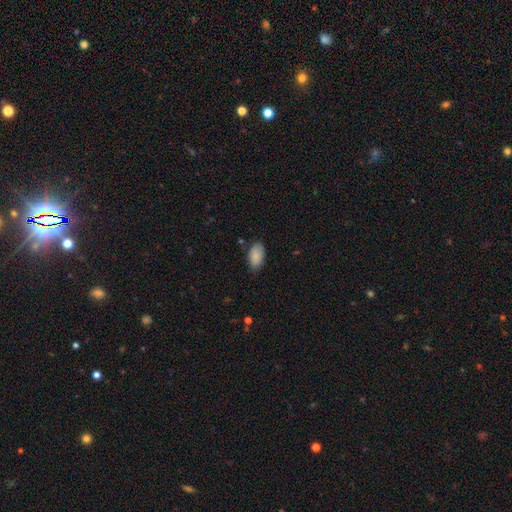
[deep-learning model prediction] Smooth or featured?
  - smooth: 88% *
  - star or artifact: 7%
  - featured or disk: 5%
How rounded?
  - in between: 94% *
  - round: 3%
  - cigar-shaped: 2%
Merging?
  - none: 78% *
  - minor disturbance: 18%
  - major disturbance: 3%
  - merger: 1%